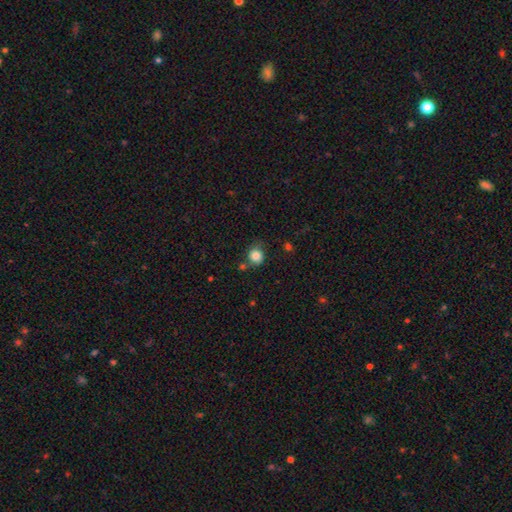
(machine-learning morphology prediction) A smooth galaxy with no disk features (84%) that is round (82%).

Vote fractions:
- Smooth or featured? smooth: 84% / star or artifact: 10% / featured or disk: 5%
- How rounded? round: 82% / in between: 17% / cigar-shaped: 1%
- Merging? none: 66% / minor disturbance: 20% / merger: 9% / major disturbance: 6%